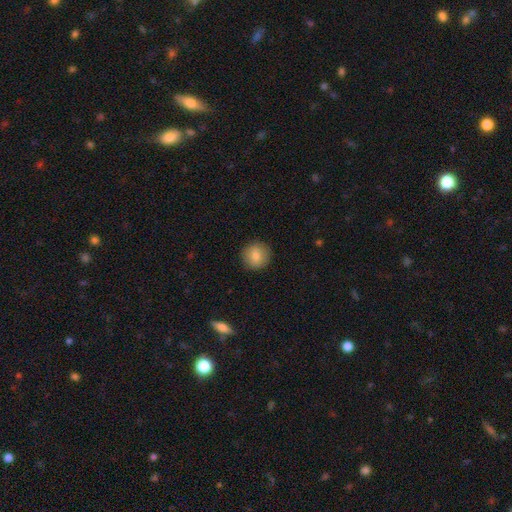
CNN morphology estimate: The model was most divided on "smooth or featured": smooth: 84%, star or artifact: 8%, featured or disk: 8%. More confident: how rounded — round (93%); merging — none (91%).